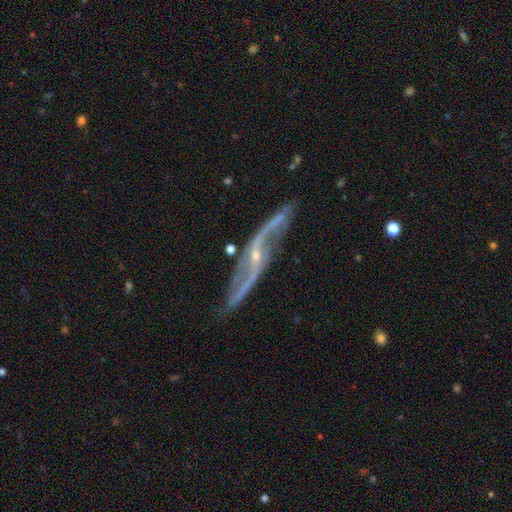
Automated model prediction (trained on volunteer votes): This appears to be a featured or disk galaxy (92%) with no bar (41%), 2 (94%) loose (84%) spiral arms (96%) and a small central bulge (78%). Merging: none (68%).